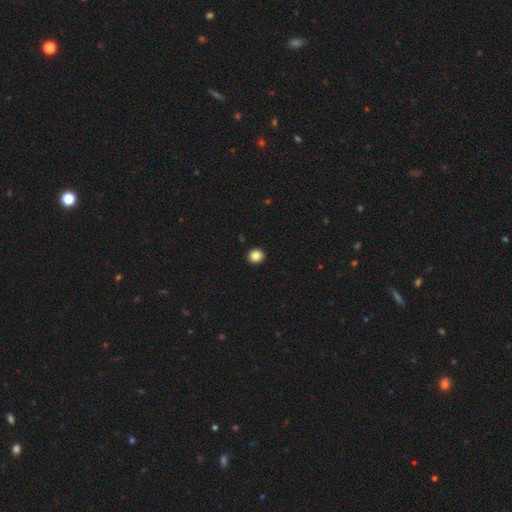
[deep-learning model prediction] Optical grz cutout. It shows a smooth galaxy with no disk features (85%) that is round (89%). Merging: none (94%).